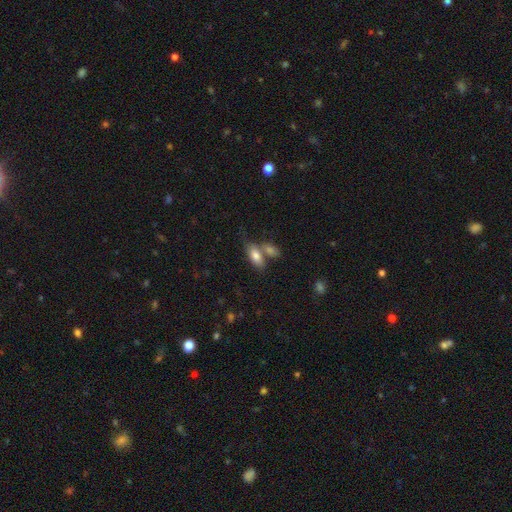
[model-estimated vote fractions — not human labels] The model was most divided on "merging": none: 45%, merger: 38%, minor disturbance: 12%, major disturbance: 5%. More confident: how rounded — in between (86%); smooth or featured — smooth (78%).